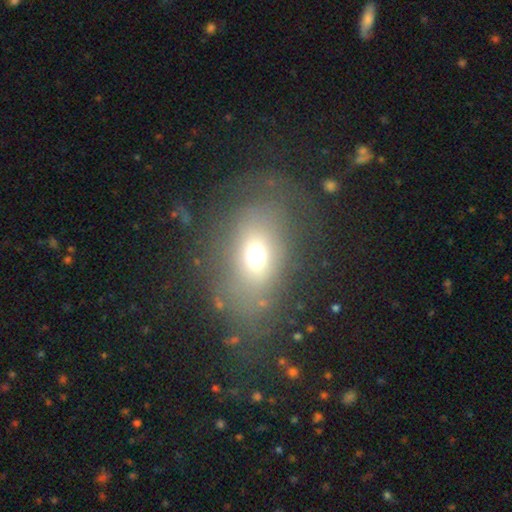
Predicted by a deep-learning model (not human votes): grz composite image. It shows a smooth galaxy with no disk features (61%) that is in between round and cigar-shaped (68%). Merging: none (60%).